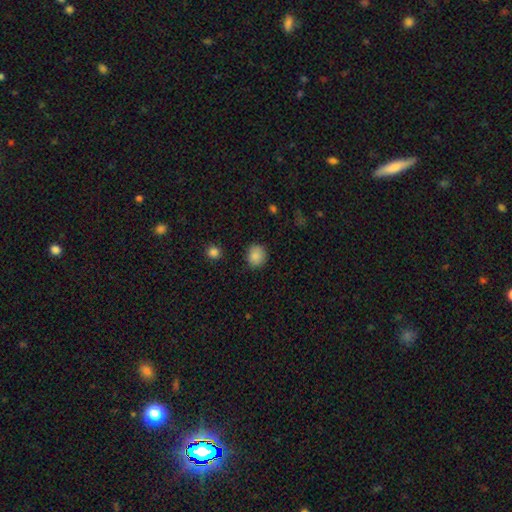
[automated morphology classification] A smooth galaxy with no disk features (87%) that is round (82%).

Vote fractions:
- Smooth or featured? smooth: 87% / star or artifact: 9% / featured or disk: 4%
- How rounded? round: 82% / in between: 17% / cigar-shaped: 1%
- Merging? none: 86% / minor disturbance: 10% / major disturbance: 3% / merger: 1%